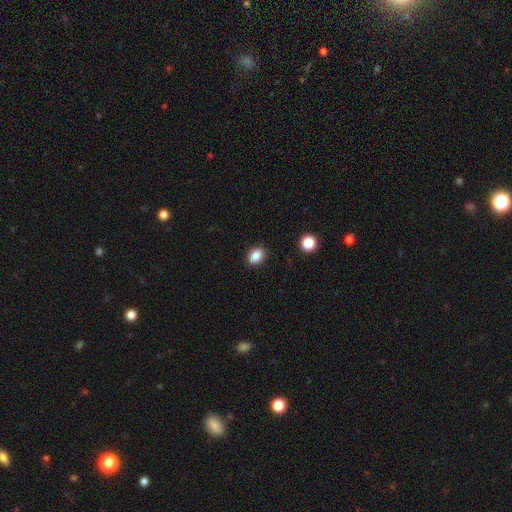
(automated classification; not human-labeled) This is clearly a smooth galaxy (87%). How rounded: possibly in between (59%). Merging: clearly none (88%).